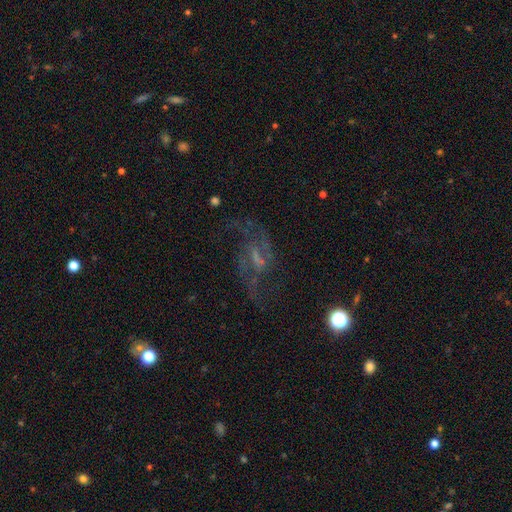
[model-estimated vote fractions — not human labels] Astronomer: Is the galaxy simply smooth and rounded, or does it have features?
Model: featured or disk — 76%.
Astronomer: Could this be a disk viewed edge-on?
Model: no — 96%.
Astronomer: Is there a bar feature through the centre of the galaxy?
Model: weak — 51% (runner-up: strong, 27%).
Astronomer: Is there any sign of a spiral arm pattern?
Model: yes — 90%.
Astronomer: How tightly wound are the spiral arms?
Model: loose — 48% (runner-up: medium, 41%).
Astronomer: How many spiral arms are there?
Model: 2 — 80%.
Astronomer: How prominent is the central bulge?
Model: none — 42% (runner-up: small, 32%).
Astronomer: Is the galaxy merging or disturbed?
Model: none — 62%.